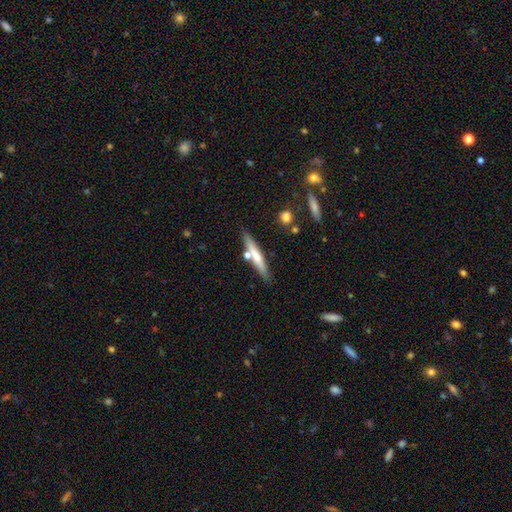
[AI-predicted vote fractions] The model was most divided on "smooth or featured": smooth: 56%, featured or disk: 38%, star or artifact: 6%. More confident: how rounded — cigar-shaped (91%); merging — none (76%).